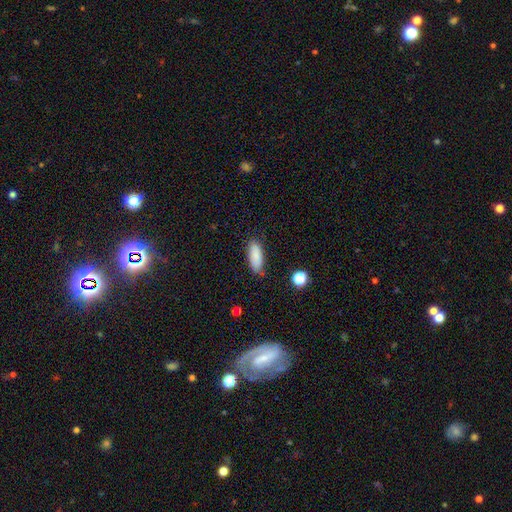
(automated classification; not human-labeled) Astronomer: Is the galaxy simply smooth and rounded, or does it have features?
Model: smooth — 85%.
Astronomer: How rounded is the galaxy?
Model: in between — 76%.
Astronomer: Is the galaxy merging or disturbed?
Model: none — 76%.